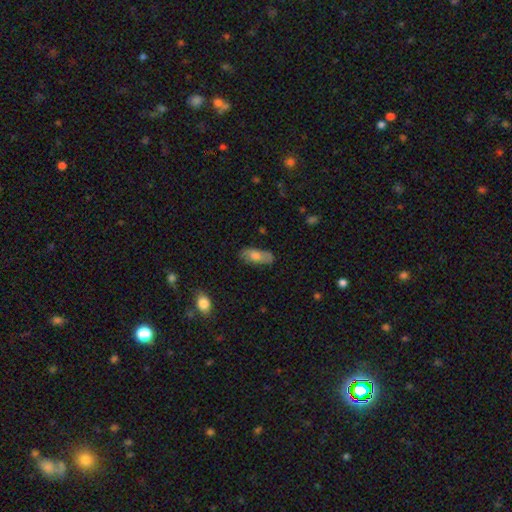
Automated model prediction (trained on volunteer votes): Smooth or featured? smooth (63%)
How rounded? in between (81%)
Merging? none (72%)